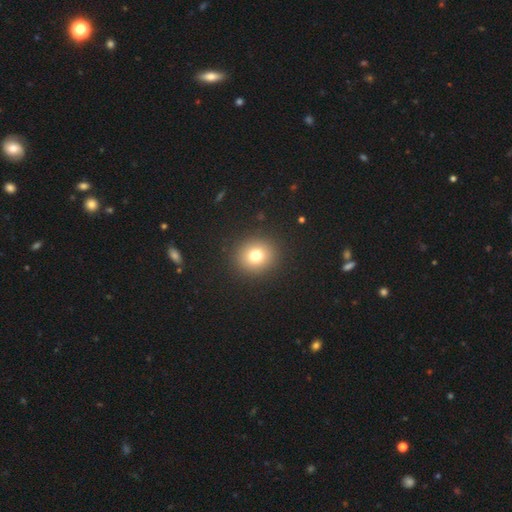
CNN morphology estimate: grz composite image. It shows a smooth galaxy with no disk features (76%) that is round (87%). Merging: none (91%).